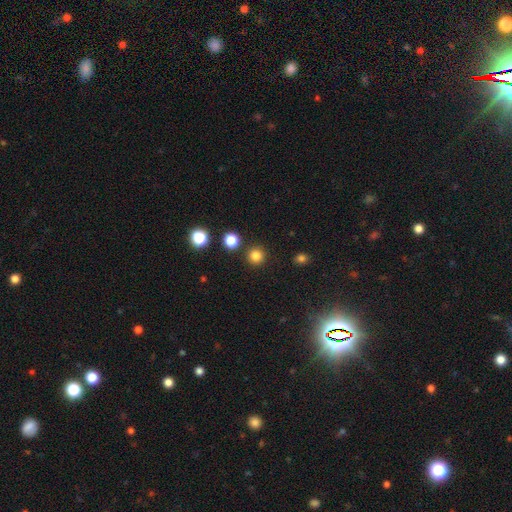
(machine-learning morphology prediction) smooth-or-featured: smooth: 82% | star or artifact: 14% | featured or disk: 4%
  how-rounded: round: 95% | in between: 4% | cigar-shaped: 1%
  merging: none: 90% | minor disturbance: 5% | merger: 3% | major disturbance: 2%